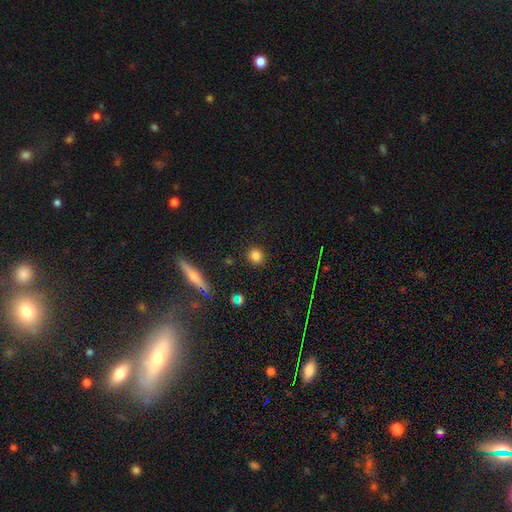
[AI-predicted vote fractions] A smooth galaxy with no disk features (81%) that is round (87%).

Vote fractions:
- Smooth or featured? smooth: 81% / star or artifact: 13% / featured or disk: 6%
- How rounded? round: 87% / in between: 11% / cigar-shaped: 2%
- Merging? none: 89% / minor disturbance: 7% / major disturbance: 2% / merger: 2%